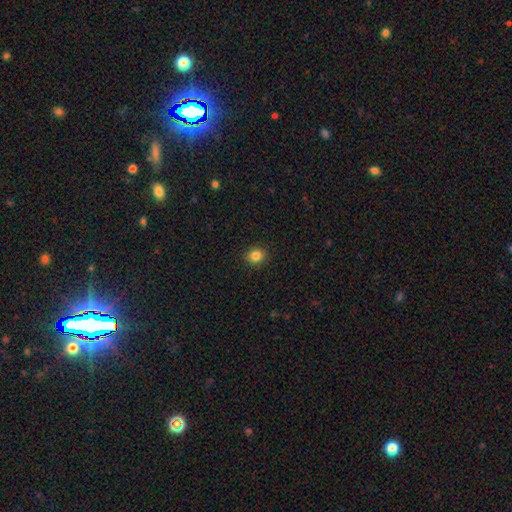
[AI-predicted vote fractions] A smooth galaxy with no disk features (85%) that is round (89%). Merging: none (92%).